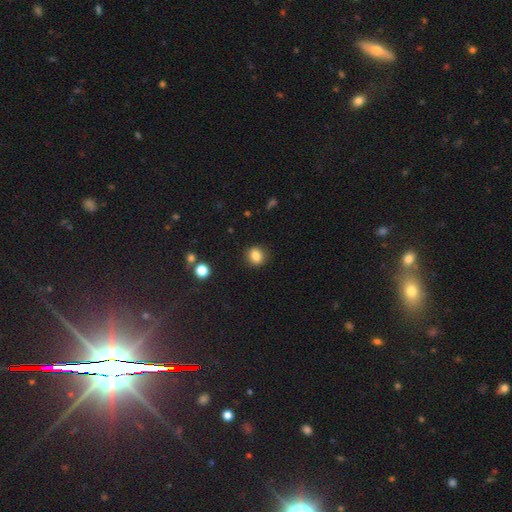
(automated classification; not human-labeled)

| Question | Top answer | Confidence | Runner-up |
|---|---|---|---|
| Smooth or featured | smooth | 84% | star or artifact (10%) |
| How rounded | round | 68% | in between (31%) |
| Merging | none | 89% | minor disturbance (8%) |